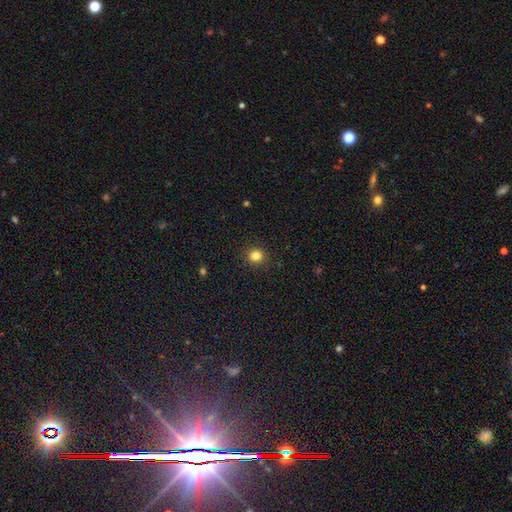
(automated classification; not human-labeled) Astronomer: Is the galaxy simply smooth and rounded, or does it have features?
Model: smooth — 83%.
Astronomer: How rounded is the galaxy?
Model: round — 92%.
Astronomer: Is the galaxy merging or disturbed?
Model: none — 91%.